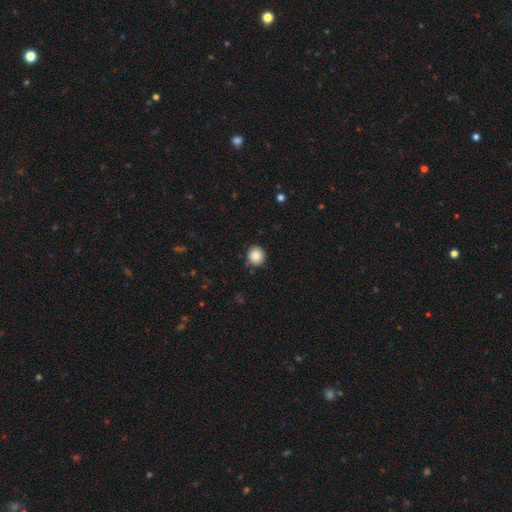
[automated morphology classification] Smooth or featured: smooth — 87% (star or artifact — 9%)
How rounded: round — 89% (in between — 10%)
Merging: none — 88% (minor disturbance — 8%)